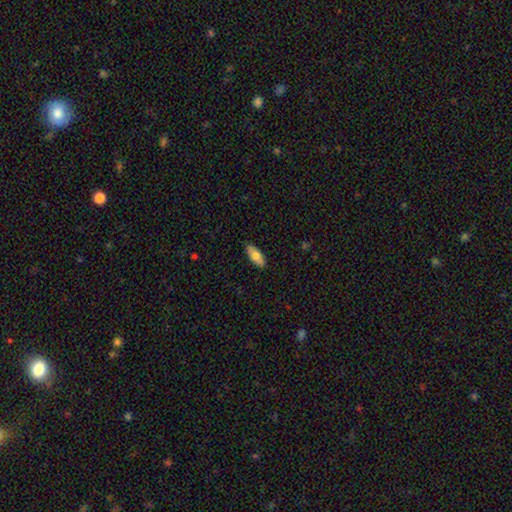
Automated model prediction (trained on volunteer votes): Smooth or featured? Predicted: smooth (p=0.75). How rounded? Predicted: in between (p=0.79). Merging? Predicted: none (p=0.89).